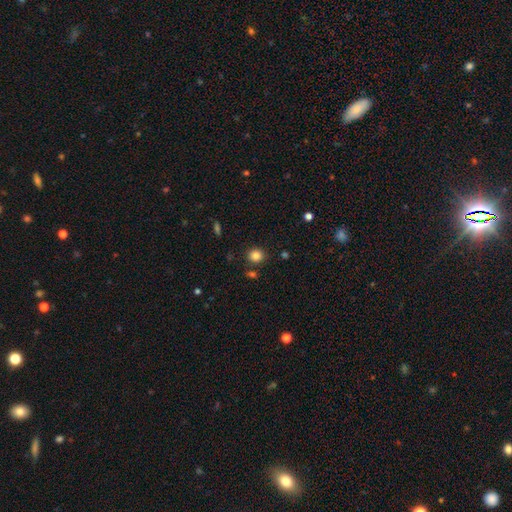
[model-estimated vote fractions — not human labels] Smooth or featured: smooth — 84% (star or artifact — 11%)
How rounded: round — 80% (in between — 19%)
Merging: none — 85% (minor disturbance — 8%)